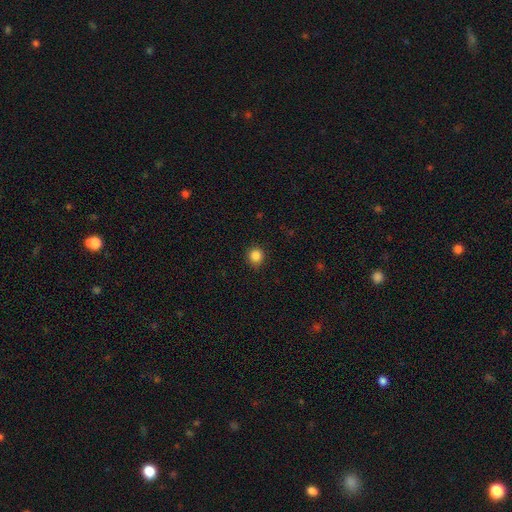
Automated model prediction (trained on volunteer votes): Morphology: type=smooth (86%); roundness=round (91%); merging=none (87%).